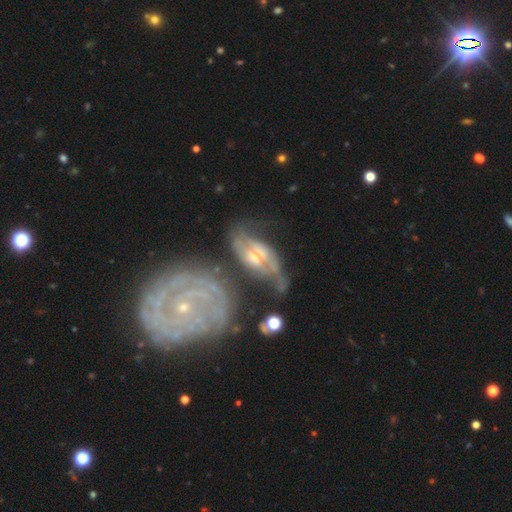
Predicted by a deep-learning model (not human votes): Overall: featured or disk (77%). Edge-on disk: no (92%). Bar: no (51%; weak 36%). Spiral arms: yes (78%). Spiral arm count: 2 (51%; can't tell 29%). Spiral winding: medium (38%; tight 33%). Bulge size: small (50%; moderate 38%). Merging: none (31%; merger 25%).